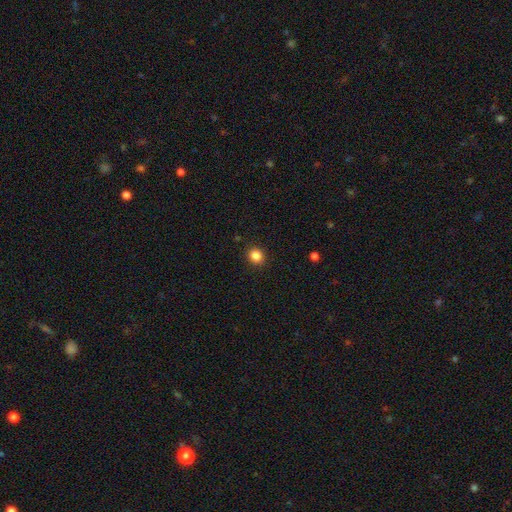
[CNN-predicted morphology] smooth 85%, star or artifact 11%, featured or disk 4%. Down the decision tree: how rounded — round (85%); merging — none (91%).